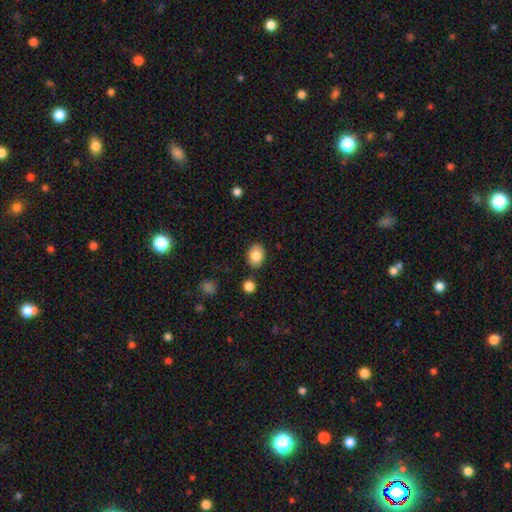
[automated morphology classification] smooth 84%, star or artifact 8%, featured or disk 8%. Down the decision tree: how rounded — in between (66%); merging — none (83%).